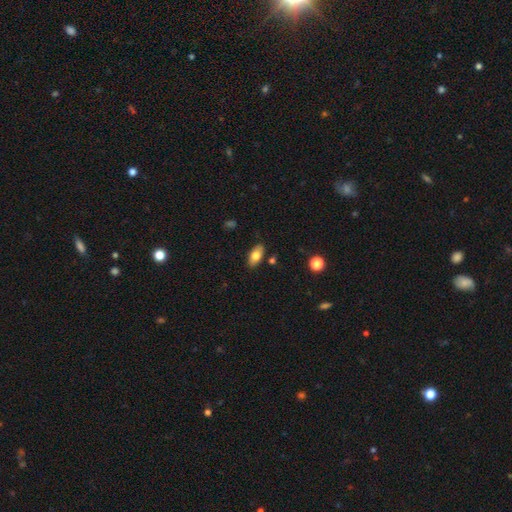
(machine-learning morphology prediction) smooth 74%, featured or disk 19%, star or artifact 7%. Down the decision tree: how rounded — in between (90%); merging — none (85%).